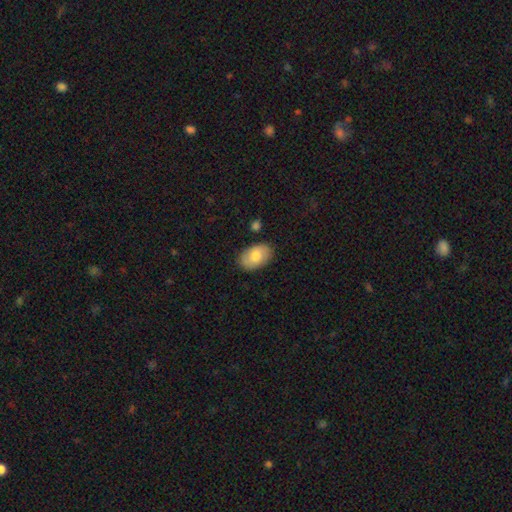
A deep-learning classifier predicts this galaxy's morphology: Q: Smooth or featured?
A: smooth (78%); runner-up: featured or disk (16%)
Q: How rounded?
A: in between (92%); runner-up: round (7%)
Q: Merging?
A: none (84%); runner-up: minor disturbance (12%)